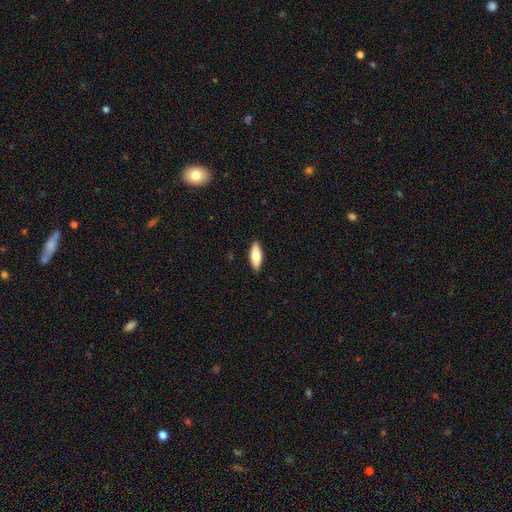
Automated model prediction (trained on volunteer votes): Smooth or featured: smooth — 72% (featured or disk — 23%)
How rounded: in between — 73% (cigar-shaped — 25%)
Merging: none — 89% (minor disturbance — 9%)